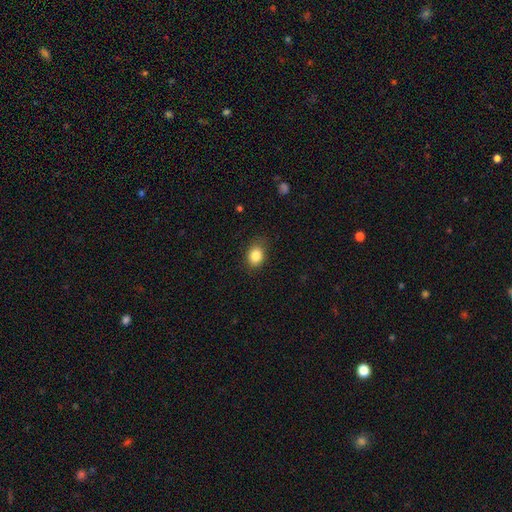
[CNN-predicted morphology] This is clearly a smooth galaxy (85%). How rounded: likely in between (61%). Merging: likely none (79%).